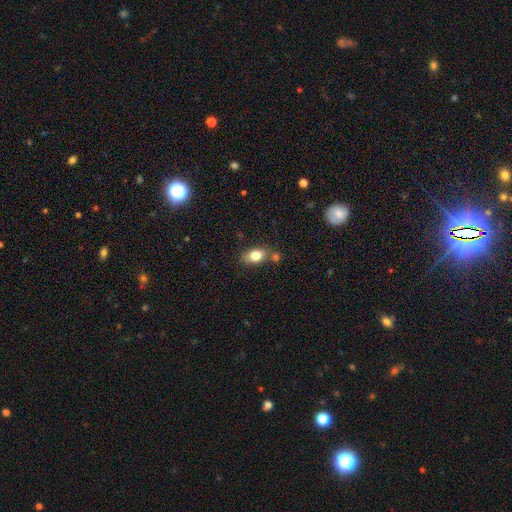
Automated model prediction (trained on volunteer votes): smooth_or_featured: smooth (p=0.78) [alt: featured or disk p=0.13]
how_rounded: in between (p=0.82) [alt: round p=0.15]
merging: none (p=0.66) [alt: minor disturbance p=0.15]